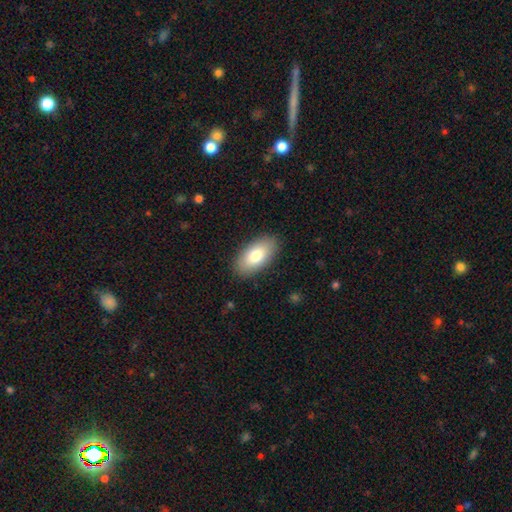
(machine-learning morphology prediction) This appears to be a smooth galaxy with no disk features (79%) that is in between round and cigar-shaped (94%). Merging: none (87%).